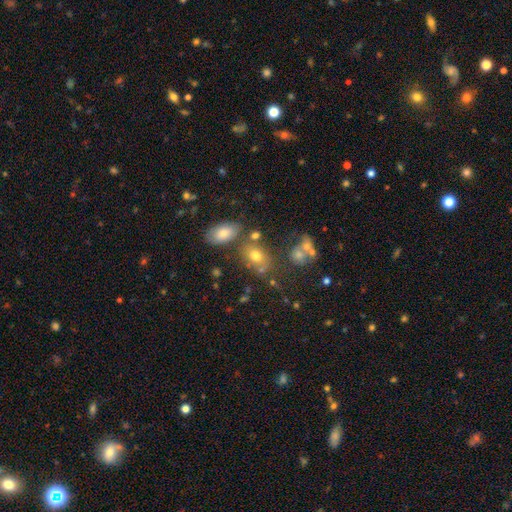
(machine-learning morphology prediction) A smooth galaxy with no disk features (68%) that is in between round and cigar-shaped (74%).

Vote fractions:
- Smooth or featured? smooth: 68% / featured or disk: 17% / star or artifact: 15%
- How rounded? in between: 74% / round: 24% / cigar-shaped: 2%
- Merging? none: 59% / merger: 19% / minor disturbance: 16% / major disturbance: 7%